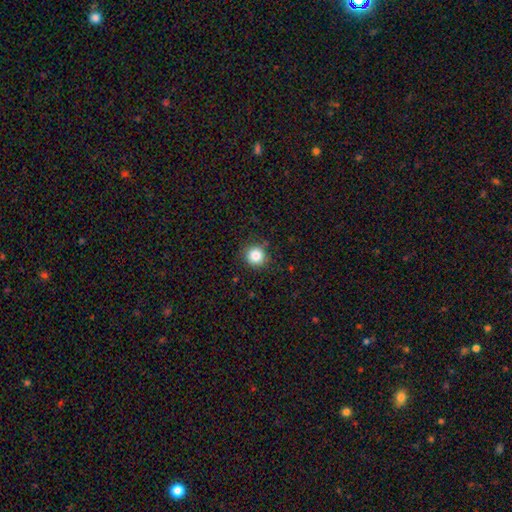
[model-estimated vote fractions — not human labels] Q: Smooth or featured?
A: smooth (84%); runner-up: star or artifact (11%)
Q: How rounded?
A: round (93%); runner-up: in between (6%)
Q: Merging?
A: none (87%); runner-up: minor disturbance (9%)